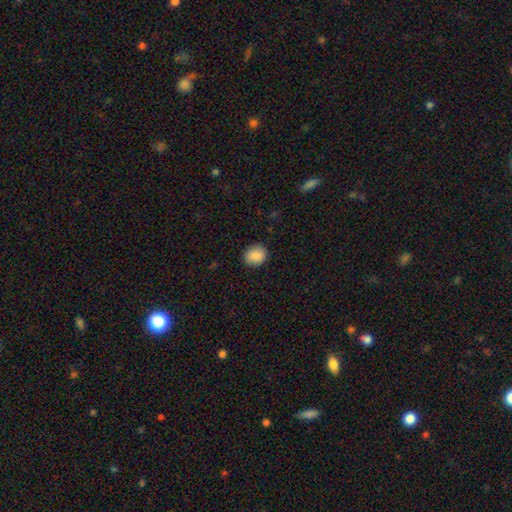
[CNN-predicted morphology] smooth-or-featured: smooth: 89% | star or artifact: 8% | featured or disk: 4%
  how-rounded: round: 76% | in between: 23% | cigar-shaped: 1%
  merging: none: 89% | minor disturbance: 8% | major disturbance: 2% | merger: 1%